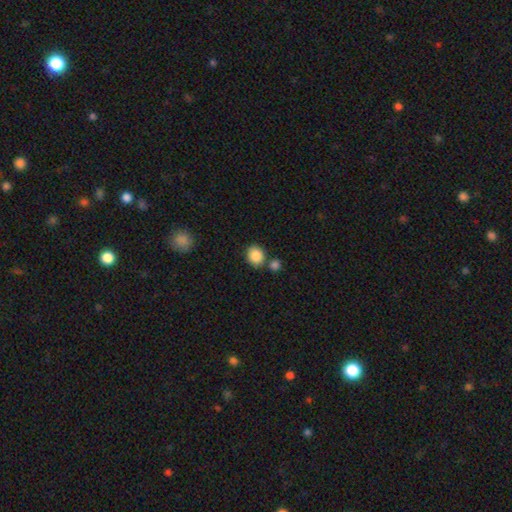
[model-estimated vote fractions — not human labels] Morphology: type=smooth (87%); roundness=round (66%); merging=none (70%).